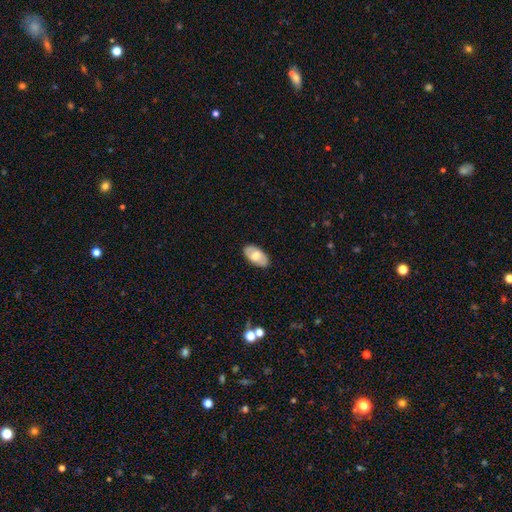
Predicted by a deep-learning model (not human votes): Morphology: type=smooth (59%); roundness=in between (94%); merging=none (86%).